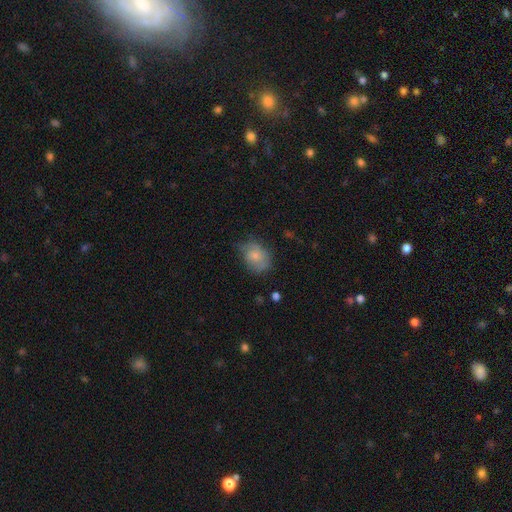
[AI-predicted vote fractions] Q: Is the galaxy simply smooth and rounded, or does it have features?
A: smooth — 66%.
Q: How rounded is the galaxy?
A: in between — 66%.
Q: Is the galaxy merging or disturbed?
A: none — 53%.